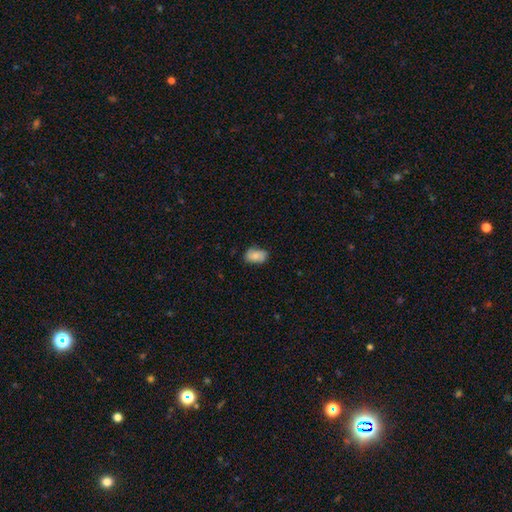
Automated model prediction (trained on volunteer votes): Smooth or featured?
  - smooth: 79% *
  - featured or disk: 14%
  - star or artifact: 8%
How rounded?
  - in between: 89% *
  - round: 10%
  - cigar-shaped: 2%
Merging?
  - none: 70% *
  - minor disturbance: 24%
  - major disturbance: 4%
  - merger: 1%